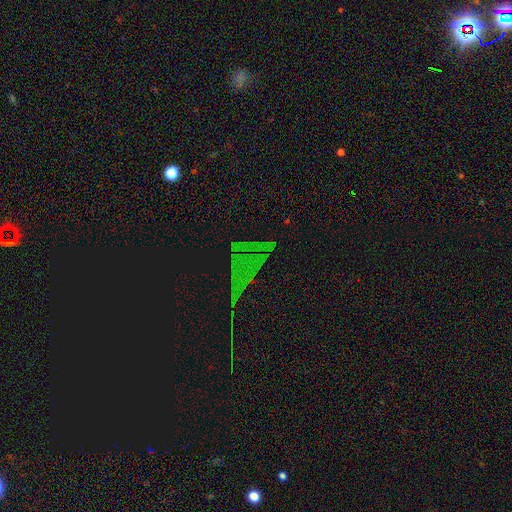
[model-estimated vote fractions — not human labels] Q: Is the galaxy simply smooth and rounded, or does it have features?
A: star or artifact — 72%.